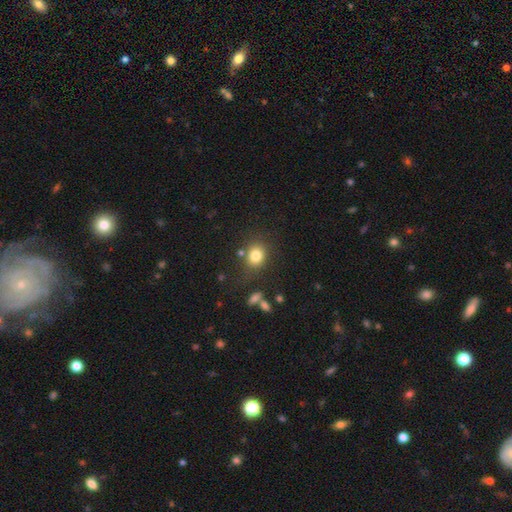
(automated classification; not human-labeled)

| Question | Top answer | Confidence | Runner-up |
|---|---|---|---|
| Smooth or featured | smooth | 80% | star or artifact (12%) |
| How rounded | round | 65% | in between (34%) |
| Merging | none | 74% | minor disturbance (14%) |